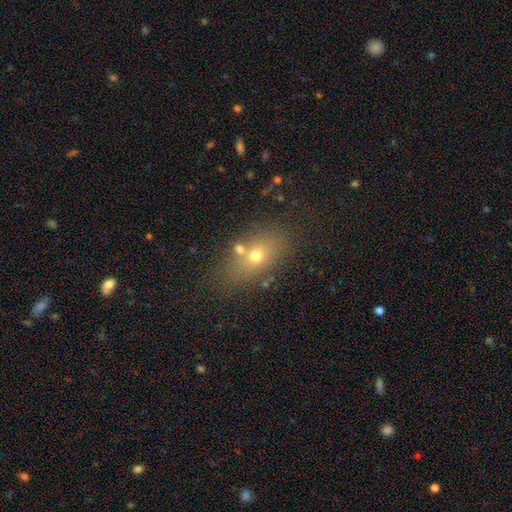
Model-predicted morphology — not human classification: This is likely a smooth galaxy (63%). How rounded: likely in between (72%). Merging: likely none (66%).